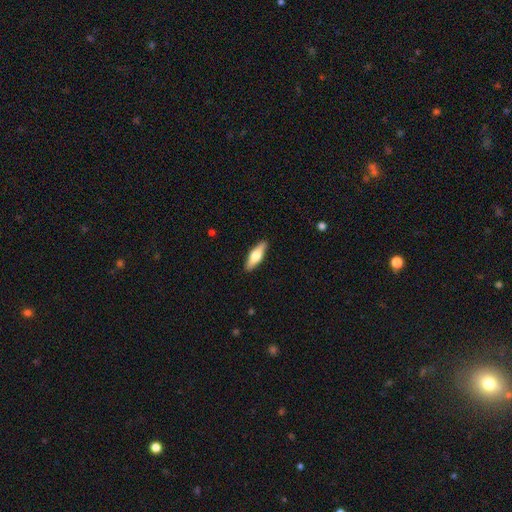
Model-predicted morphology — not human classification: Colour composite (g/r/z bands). It shows a smooth galaxy with no disk features (51%) that is in between round and cigar-shaped (50%). Merging: none (90%).